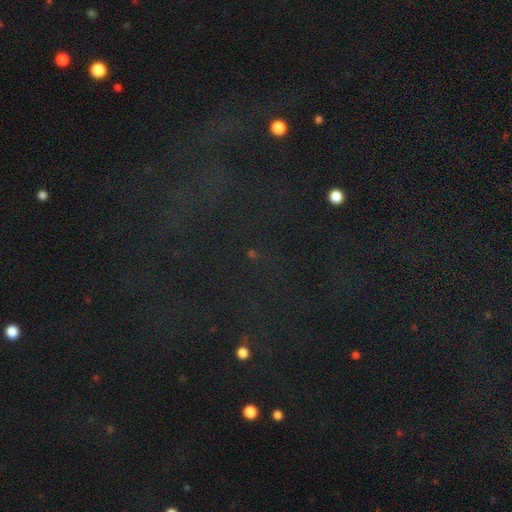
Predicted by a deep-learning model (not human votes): Smooth or featured? star or artifact (75%)